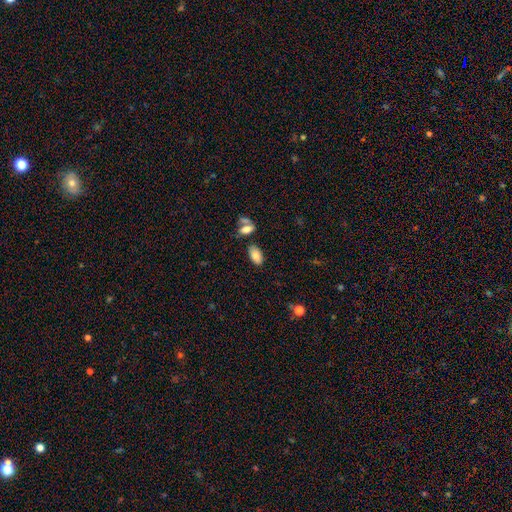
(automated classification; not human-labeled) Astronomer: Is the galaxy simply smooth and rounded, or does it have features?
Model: smooth — 81%.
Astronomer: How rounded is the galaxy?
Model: in between — 93%.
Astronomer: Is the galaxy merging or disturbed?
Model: none — 80%.